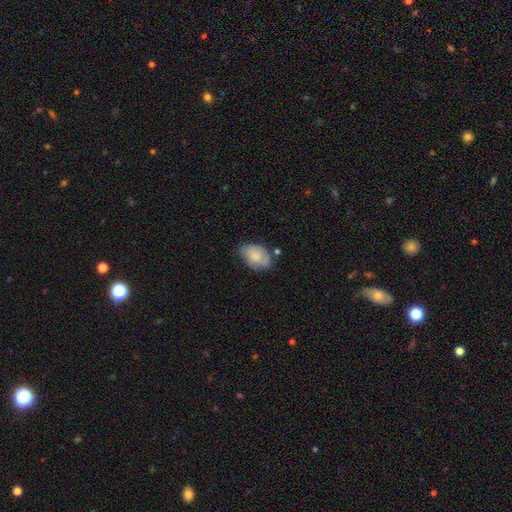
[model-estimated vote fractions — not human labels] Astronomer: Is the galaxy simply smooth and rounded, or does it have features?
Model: smooth — 73%.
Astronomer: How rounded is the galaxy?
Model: in between — 87%.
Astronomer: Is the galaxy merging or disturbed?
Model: none — 53% (runner-up: minor disturbance, 33%).